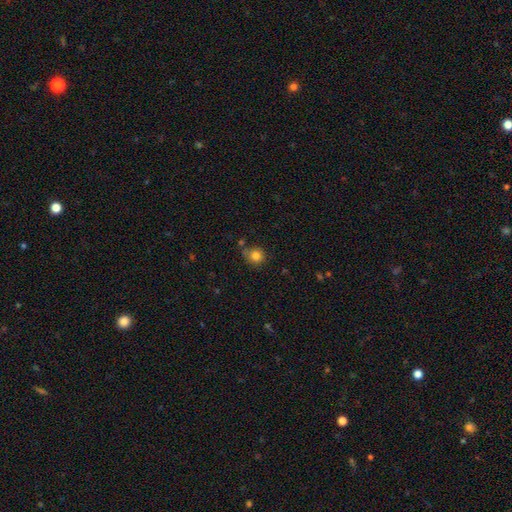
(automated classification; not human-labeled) Smooth or featured?
  - smooth: 82% *
  - star or artifact: 11%
  - featured or disk: 6%
How rounded?
  - round: 87% *
  - in between: 12%
  - cigar-shaped: 1%
Merging?
  - none: 69% *
  - minor disturbance: 17%
  - merger: 9%
  - major disturbance: 5%